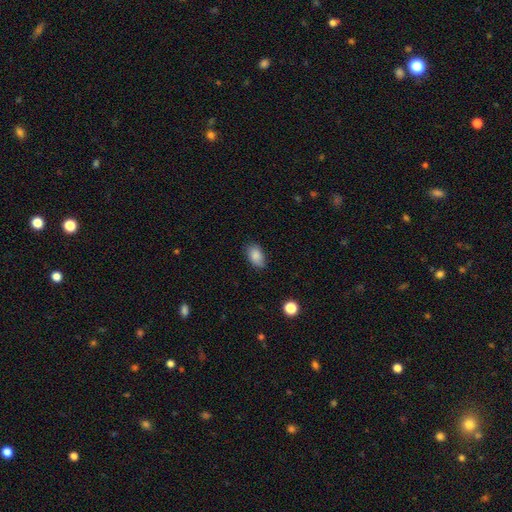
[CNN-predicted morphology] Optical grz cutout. It shows a smooth galaxy with no disk features (86%) that is in between round and cigar-shaped (91%). Merging: none (79%).